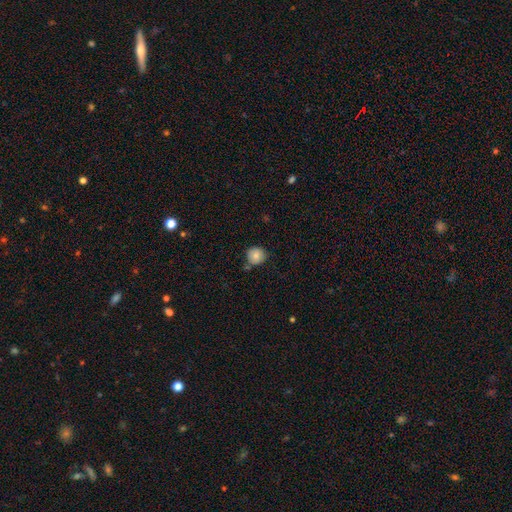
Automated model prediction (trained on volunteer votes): A smooth galaxy with no disk features (81%) that is round (91%). Merging: none (72%).